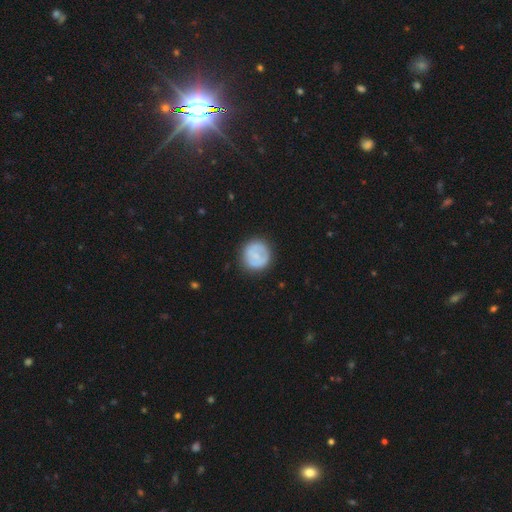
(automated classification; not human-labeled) Smooth or featured: smooth — 62% (featured or disk — 31%)
How rounded: round — 92% (in between — 7%)
Merging: none — 83% (minor disturbance — 12%)